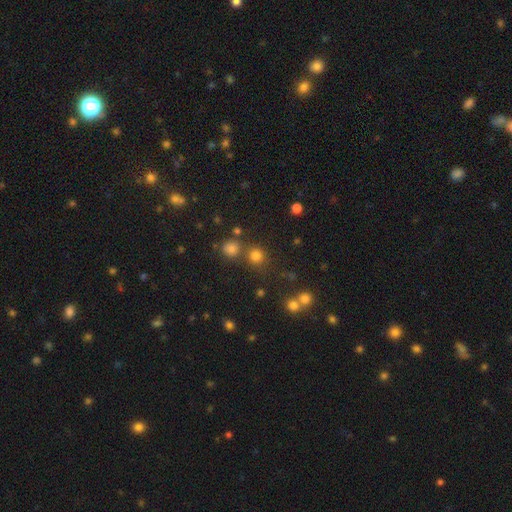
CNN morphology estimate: Q: Smooth or featured?
A: smooth (74%); runner-up: star or artifact (21%)
Q: How rounded?
A: round (91%); runner-up: in between (8%)
Q: Merging?
A: none (76%); runner-up: merger (13%)